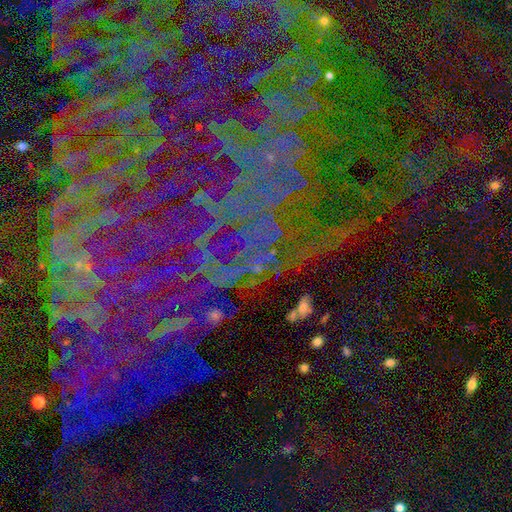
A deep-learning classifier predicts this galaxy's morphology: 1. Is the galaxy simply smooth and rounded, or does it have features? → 81% star or artifact, 10% featured or disk, 9% smooth.